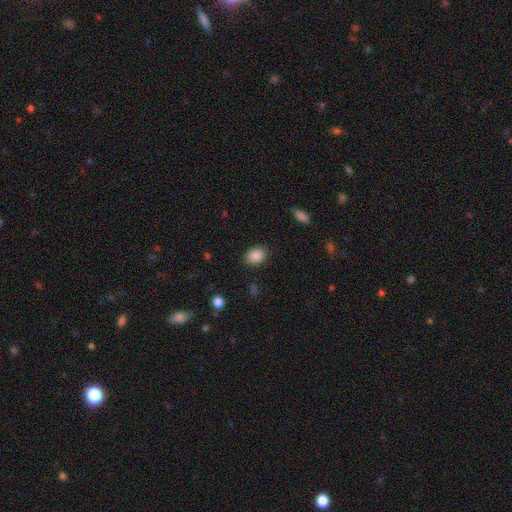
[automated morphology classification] type=smooth (87%); roundness=in between (72%); merging=none (86%).